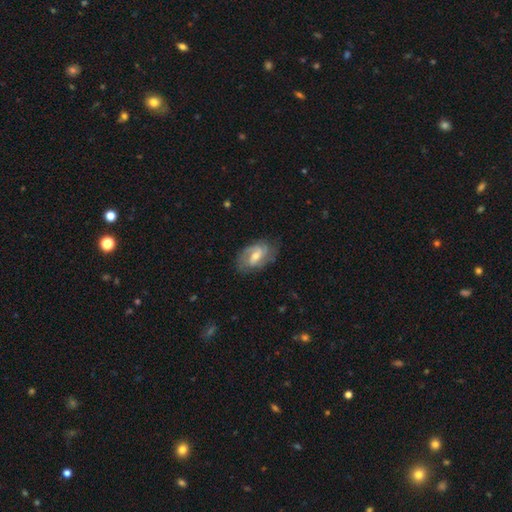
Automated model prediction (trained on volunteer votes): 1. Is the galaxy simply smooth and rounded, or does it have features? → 79% featured or disk, 16% smooth, 5% star or artifact.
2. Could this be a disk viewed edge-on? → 96% no, 4% yes.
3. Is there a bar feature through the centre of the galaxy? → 52% weak, 27% no, 21% strong.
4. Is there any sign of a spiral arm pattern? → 93% yes, 7% no.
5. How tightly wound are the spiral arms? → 44% medium, 39% tight, 17% loose.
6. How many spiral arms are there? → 64% 2, 15% can't tell, 12% 3, 4% 1, 3% 4, 2% more than 4.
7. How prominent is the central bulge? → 56% moderate, 38% small, 3% large, 2% none, 1% dominant.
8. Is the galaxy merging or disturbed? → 75% none, 18% minor disturbance, 6% major disturbance, 1% merger.